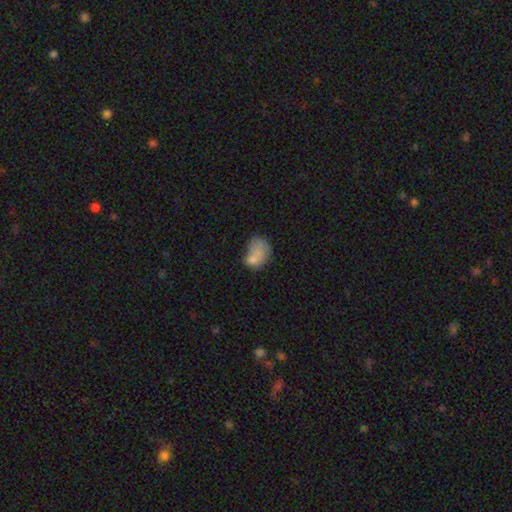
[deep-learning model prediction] Smooth or featured? Predicted: smooth (p=0.71). How rounded? Predicted: in between (p=0.72). Merging? Predicted: major disturbance (p=0.26, tied with none).